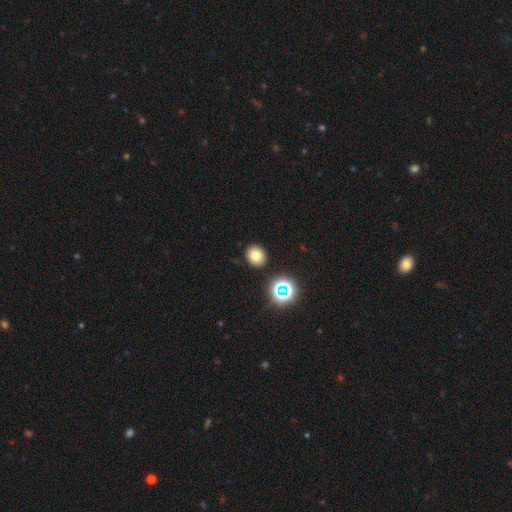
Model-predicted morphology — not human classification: The model was most divided on "how rounded": round: 78%, in between: 22%, cigar-shaped: 1%. More confident: merging — none (89%); smooth or featured — smooth (75%).